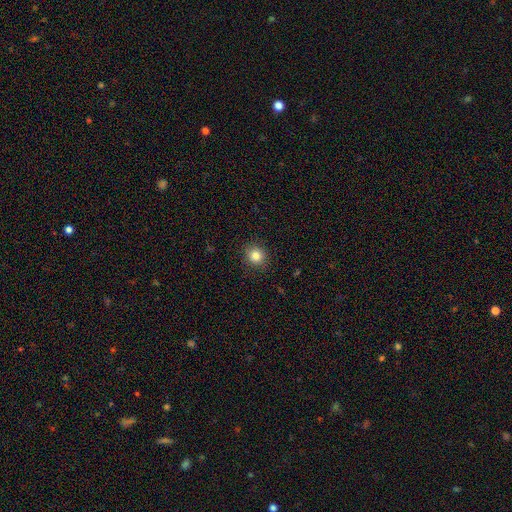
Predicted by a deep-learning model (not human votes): A smooth galaxy with no disk features (83%) that is round (87%).

Vote fractions:
- Smooth or featured? smooth: 83% / star or artifact: 11% / featured or disk: 6%
- How rounded? round: 87% / in between: 12% / cigar-shaped: 1%
- Merging? none: 90% / minor disturbance: 7% / major disturbance: 2% / merger: 1%